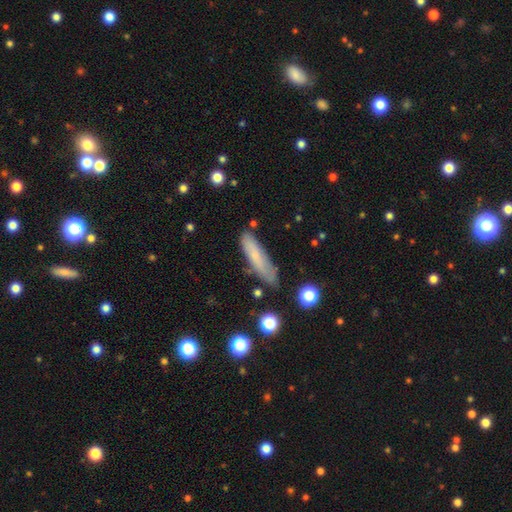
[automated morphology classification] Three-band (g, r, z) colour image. It shows a smooth galaxy with no disk features (68%) that is cigar-shaped (75%). Merging: none (73%).